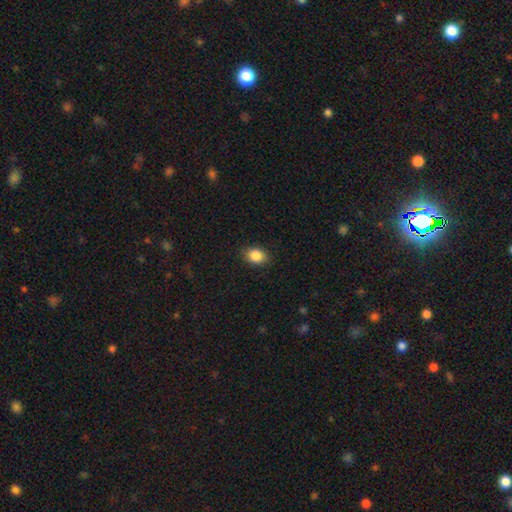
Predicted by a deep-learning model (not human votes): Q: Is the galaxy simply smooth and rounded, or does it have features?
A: smooth — 87%.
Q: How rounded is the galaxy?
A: in between — 64%.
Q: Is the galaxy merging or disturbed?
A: none — 86%.